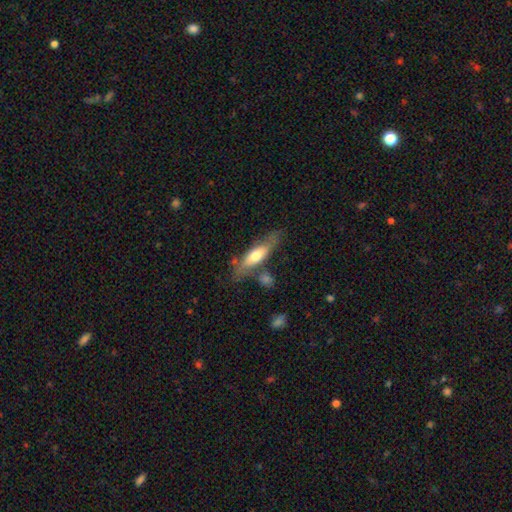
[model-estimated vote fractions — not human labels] smooth_or_featured: smooth (p=0.54) [alt: featured or disk p=0.41]
how_rounded: cigar-shaped (p=0.56) [alt: in between p=0.42]
merging: none (p=0.63) [alt: minor disturbance p=0.19]